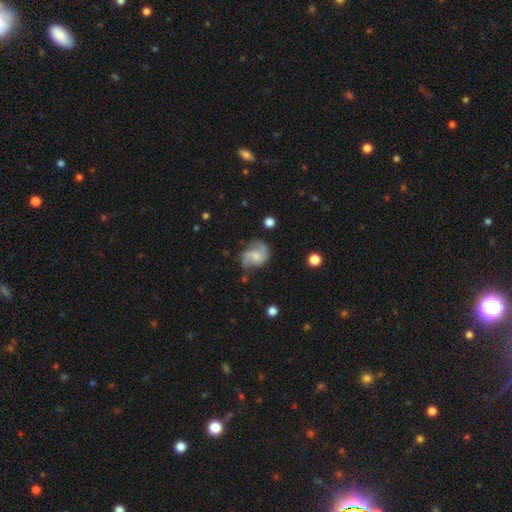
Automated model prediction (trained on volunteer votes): This is likely a featured or disk galaxy (71%). It is clearly not viewed edge-on (98%). Bar: likely no (61%). Spiral arm pattern: clearly yes (93%). Spiral arm count: likely 2 (73%). Spiral winding: possibly medium (47%). Central bulge: marginally small (42%). Merging: possibly none (60%).